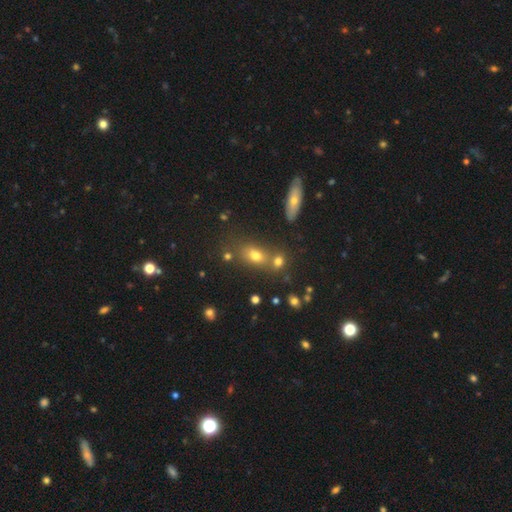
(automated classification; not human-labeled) Smooth or featured: smooth — 67% (star or artifact — 18%)
How rounded: in between — 71% (round — 22%)
Merging: none — 57% (merger — 26%)